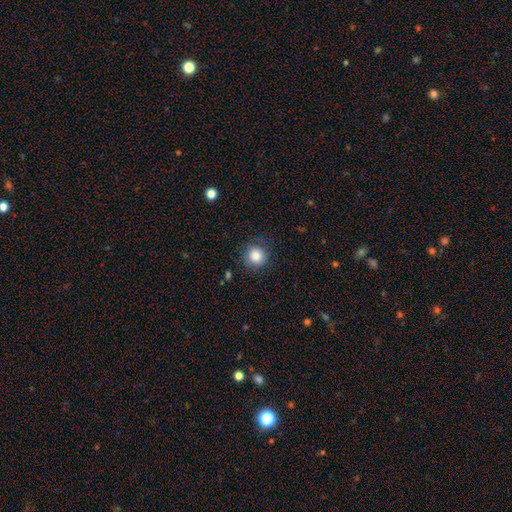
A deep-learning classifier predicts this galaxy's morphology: Smooth or featured: smooth — 85% (star or artifact — 10%)
How rounded: round — 92% (in between — 7%)
Merging: none — 86% (minor disturbance — 10%)